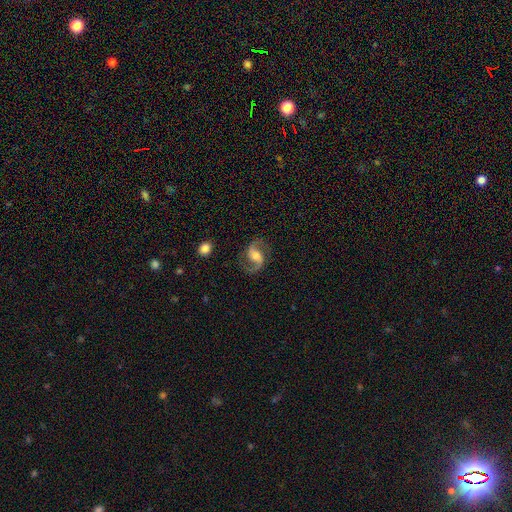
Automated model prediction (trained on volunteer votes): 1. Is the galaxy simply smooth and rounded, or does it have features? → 90% featured or disk, 6% smooth, 5% star or artifact.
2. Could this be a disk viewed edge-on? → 98% no, 2% yes.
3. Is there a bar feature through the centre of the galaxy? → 42% weak, 33% no, 25% strong.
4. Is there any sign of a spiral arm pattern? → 97% yes, 3% no.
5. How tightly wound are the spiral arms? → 46% medium, 44% loose, 9% tight.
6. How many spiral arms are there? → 94% 2, 2% 1, 2% can't tell, 1% 3, 1% 4, 1% more than 4.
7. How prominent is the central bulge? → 67% moderate, 23% small, 7% large, 2% none, 1% dominant.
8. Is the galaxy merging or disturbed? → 83% none, 11% minor disturbance, 5% major disturbance, 1% merger.